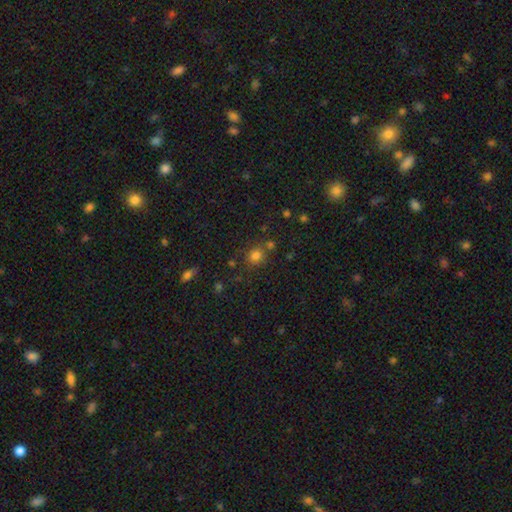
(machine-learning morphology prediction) The model was most divided on "merging": none: 71%, merger: 13%, minor disturbance: 11%, major disturbance: 5%. More confident: how rounded — round (83%); smooth or featured — smooth (76%).